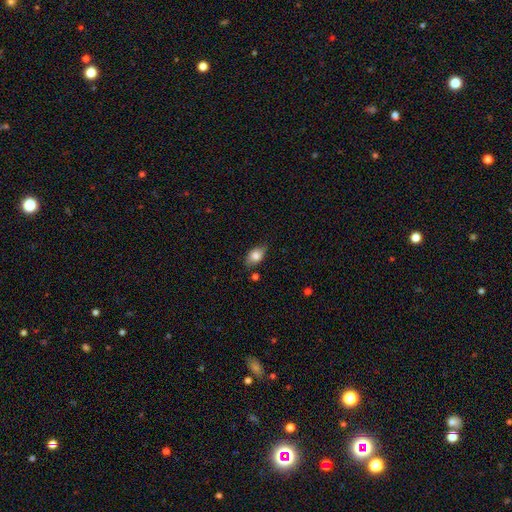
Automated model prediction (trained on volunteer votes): Smooth or featured: smooth — 80% (featured or disk — 13%)
How rounded: in between — 89% (round — 8%)
Merging: none — 74% (minor disturbance — 19%)